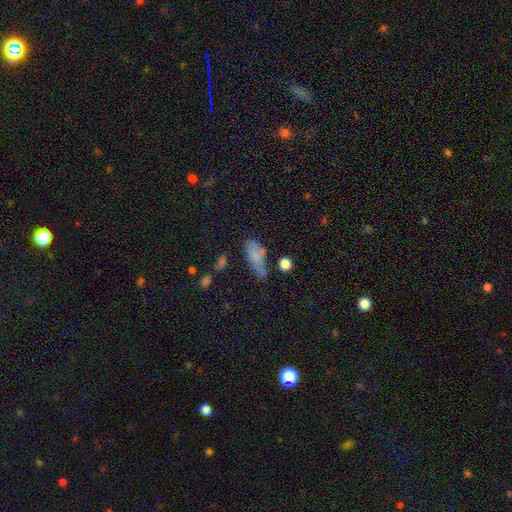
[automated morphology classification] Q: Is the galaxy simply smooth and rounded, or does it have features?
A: smooth — 71%.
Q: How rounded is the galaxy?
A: in between — 75%.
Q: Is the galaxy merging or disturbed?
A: none — 39%.